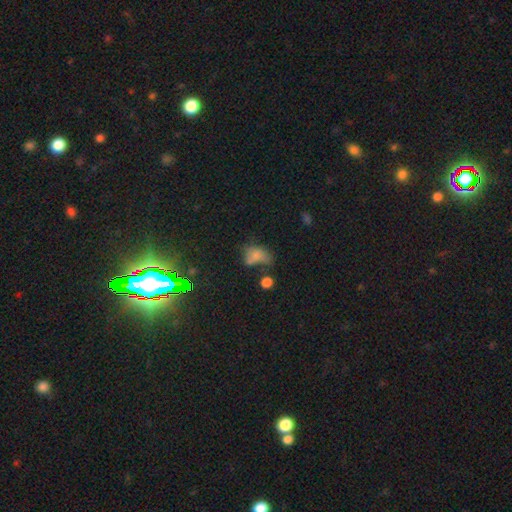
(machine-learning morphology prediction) smooth_or_featured: smooth (p=0.64) [alt: star or artifact p=0.21]
how_rounded: in between (p=0.81) [alt: round p=0.16]
merging: none (p=0.30) [alt: major disturbance p=0.25]